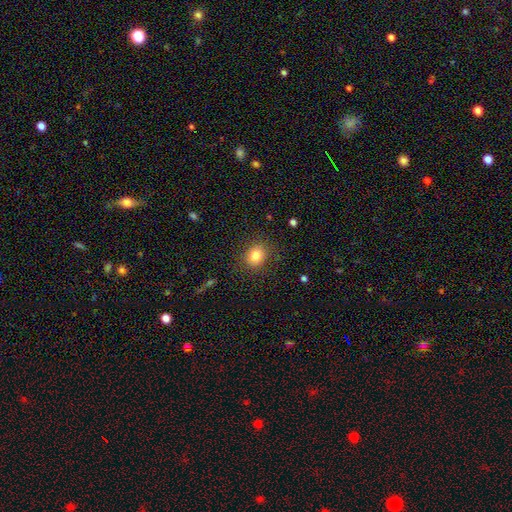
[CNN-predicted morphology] smooth_or_featured: smooth (p=0.81) [alt: star or artifact p=0.11]
how_rounded: round (p=0.67) [alt: in between p=0.33]
merging: none (p=0.86) [alt: minor disturbance p=0.09]